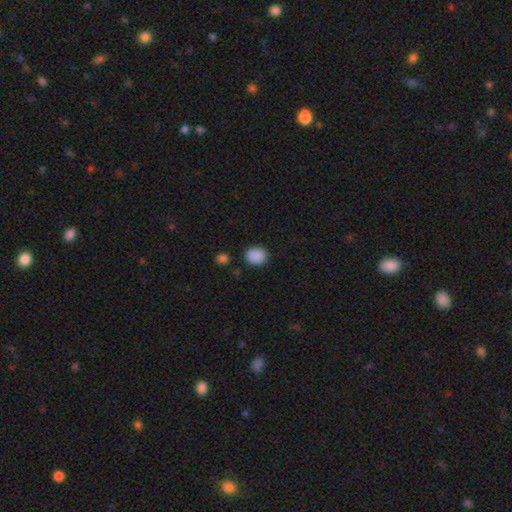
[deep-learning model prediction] The model was most divided on "how rounded": round: 78%, in between: 21%, cigar-shaped: 1%. More confident: smooth or featured — smooth (87%); merging — none (82%).